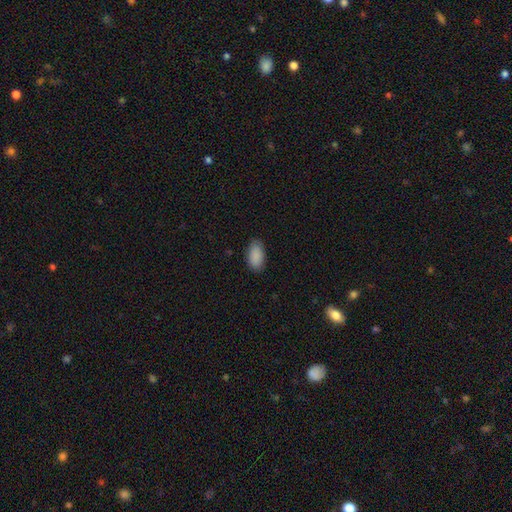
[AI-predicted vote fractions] A smooth galaxy with no disk features (90%) that is in between round and cigar-shaped (95%). Merging: none (85%).